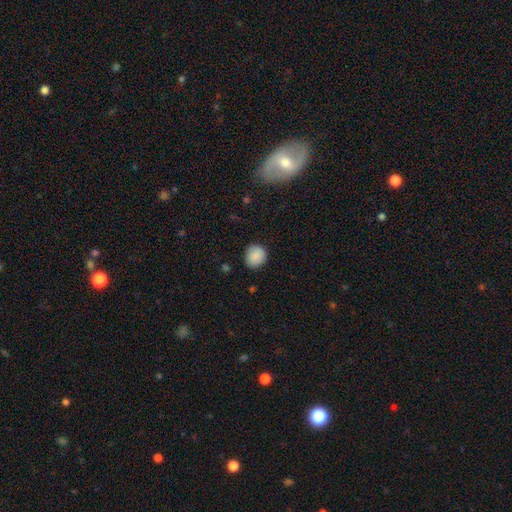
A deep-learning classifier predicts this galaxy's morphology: Smooth or featured? smooth (88%)
How rounded? round (82%)
Merging? none (86%)